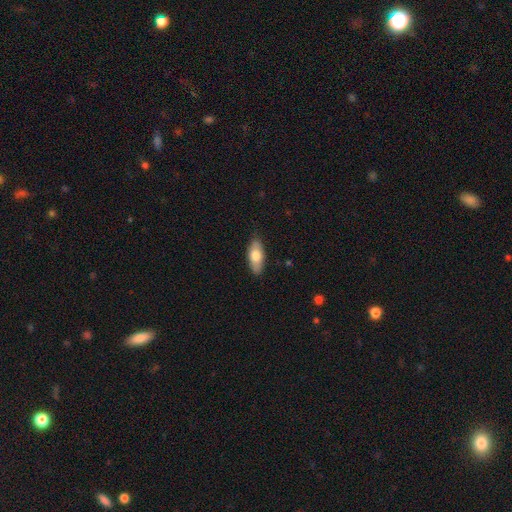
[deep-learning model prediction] Q: Smooth or featured?
A: smooth (71%); runner-up: featured or disk (23%)
Q: How rounded?
A: in between (84%); runner-up: cigar-shaped (14%)
Q: Merging?
A: none (86%); runner-up: minor disturbance (11%)